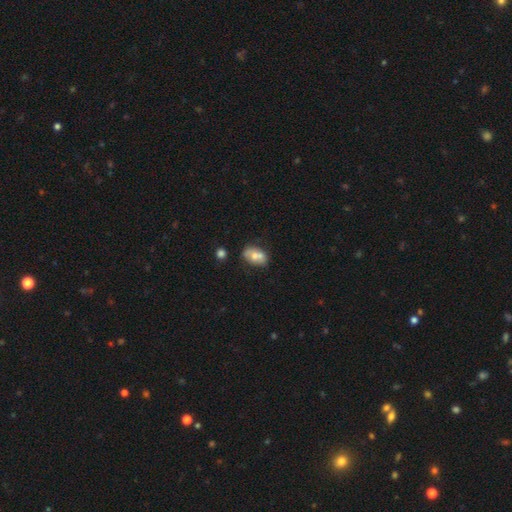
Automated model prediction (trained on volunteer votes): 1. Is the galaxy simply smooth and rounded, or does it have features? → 60% smooth, 32% featured or disk, 8% star or artifact.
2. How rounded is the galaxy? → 81% in between, 17% round, 2% cigar-shaped.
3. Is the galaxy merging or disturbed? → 47% none, 27% merger, 20% minor disturbance, 6% major disturbance.